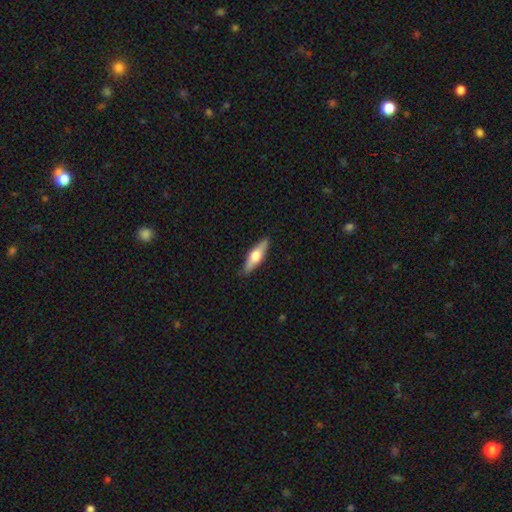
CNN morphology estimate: Smooth or featured: featured or disk — 50% (smooth — 44%)
Edge-on disk: yes — 92% (no — 8%)
Merging: none — 89% (minor disturbance — 9%)